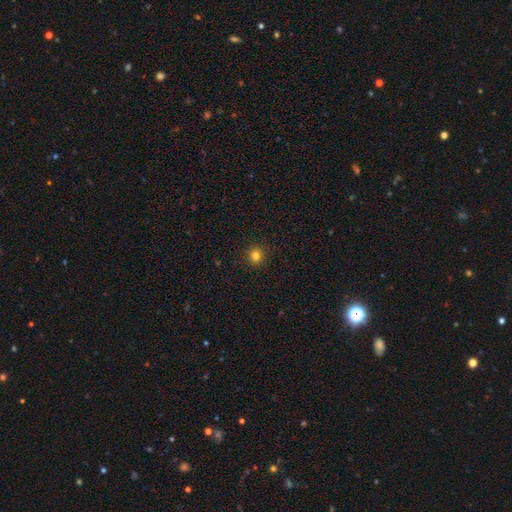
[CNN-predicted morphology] smooth 80%, star or artifact 14%, featured or disk 5%. Down the decision tree: how rounded — round (93%); merging — none (92%).